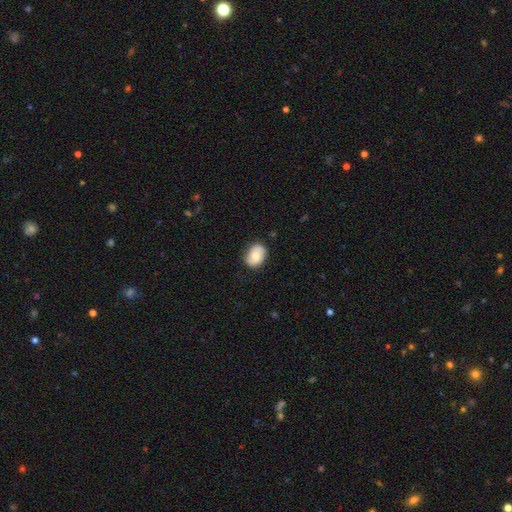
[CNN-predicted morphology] The model was most divided on "how rounded": in between: 68%, round: 31%, cigar-shaped: 1%. More confident: merging — none (81%); smooth or featured — smooth (66%).